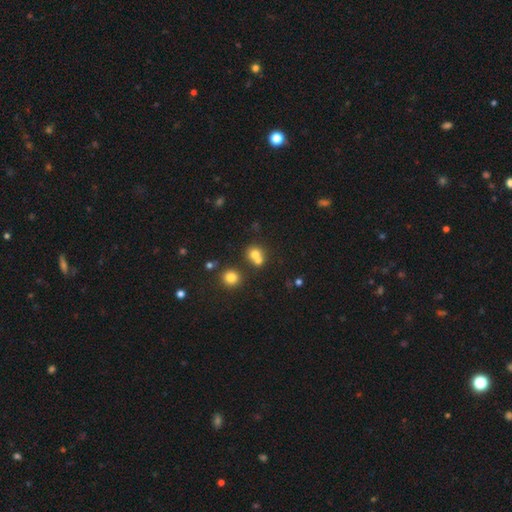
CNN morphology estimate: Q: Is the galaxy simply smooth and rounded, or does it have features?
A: smooth — 71%.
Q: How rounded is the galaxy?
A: round — 80%.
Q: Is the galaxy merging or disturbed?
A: merger — 49%.